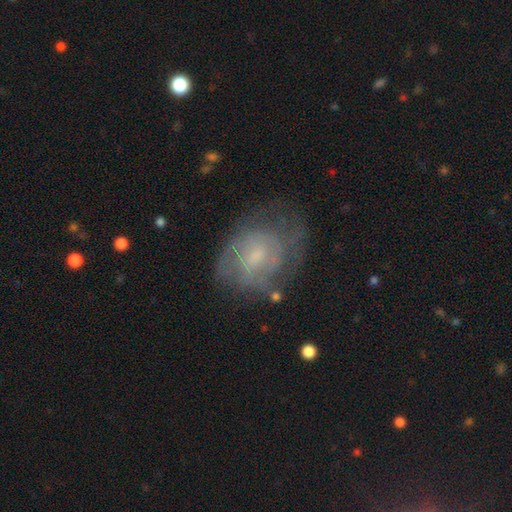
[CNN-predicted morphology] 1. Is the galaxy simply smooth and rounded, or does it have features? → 58% featured or disk, 32% smooth, 9% star or artifact.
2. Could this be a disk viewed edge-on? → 96% no, 4% yes.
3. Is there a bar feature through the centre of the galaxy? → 59% no, 36% weak, 5% strong.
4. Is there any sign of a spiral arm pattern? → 61% yes, 39% no.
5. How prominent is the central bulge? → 52% small, 28% moderate, 16% none, 3% large, 1% dominant.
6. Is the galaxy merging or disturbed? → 54% none, 25% minor disturbance, 18% major disturbance, 2% merger.